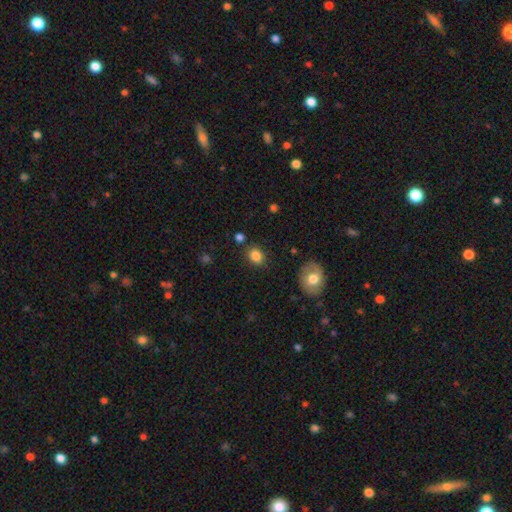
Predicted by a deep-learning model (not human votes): Morphology: type=smooth (85%); roundness=in between (54%); merging=none (83%).